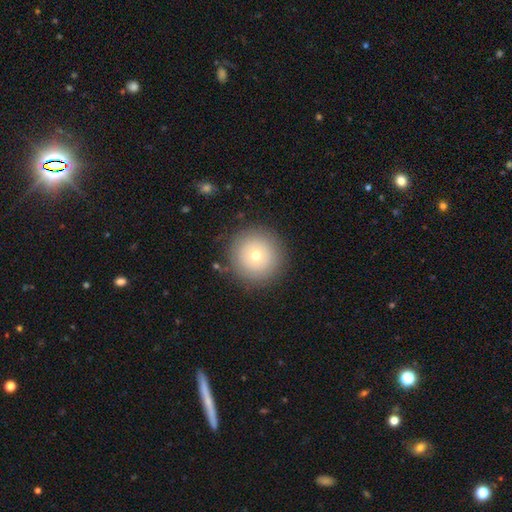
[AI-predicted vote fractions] smooth_or_featured: smooth (p=0.69) [alt: featured or disk p=0.21]
how_rounded: round (p=0.96) [alt: in between p=0.03]
merging: none (p=0.87) [alt: minor disturbance p=0.08]